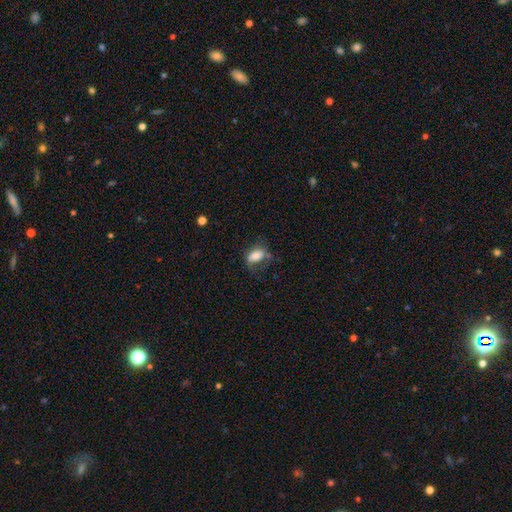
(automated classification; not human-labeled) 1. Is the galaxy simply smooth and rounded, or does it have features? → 73% smooth, 18% featured or disk, 8% star or artifact.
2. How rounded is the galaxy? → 87% in between, 7% round, 6% cigar-shaped.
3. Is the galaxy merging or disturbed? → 49% none, 28% minor disturbance, 20% major disturbance, 4% merger.